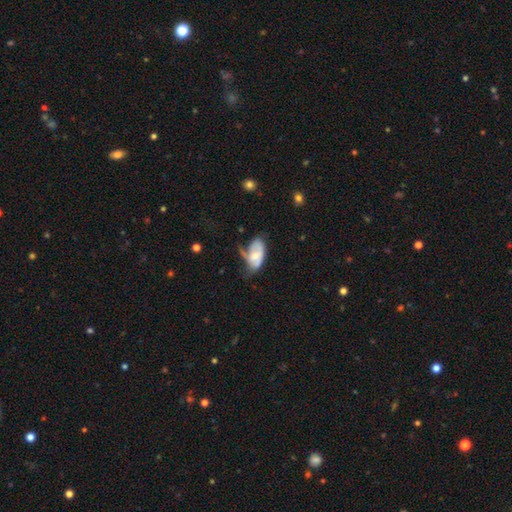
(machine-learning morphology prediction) Smooth or featured?
  - smooth: 47% *
  - featured or disk: 46%
  - star or artifact: 7%
Merging?
  - minor disturbance: 33% *
  - major disturbance: 30%
  - none: 29%
  - merger: 9%